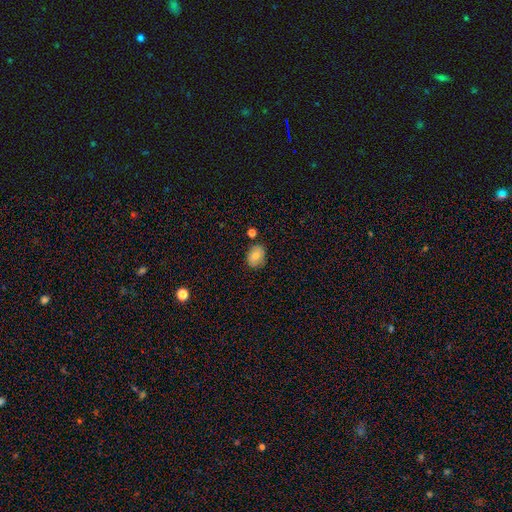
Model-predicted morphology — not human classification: Overall: smooth (75%). How rounded: in between (58%; round 41%). Merging: none (79%).